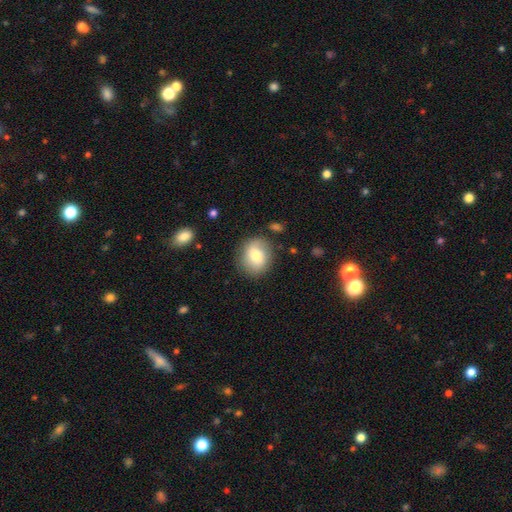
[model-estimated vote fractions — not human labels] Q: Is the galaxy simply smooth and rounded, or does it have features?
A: smooth — 71%.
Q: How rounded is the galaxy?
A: round — 70%.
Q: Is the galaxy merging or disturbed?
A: none — 82%.